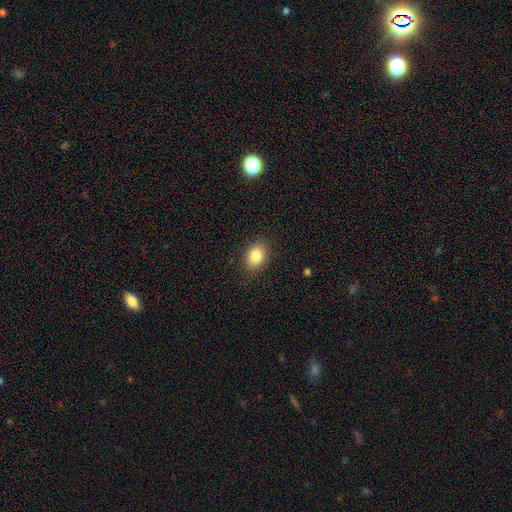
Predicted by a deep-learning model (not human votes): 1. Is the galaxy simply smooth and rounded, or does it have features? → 84% smooth, 9% star or artifact, 7% featured or disk.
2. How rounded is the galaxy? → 68% in between, 31% round, 1% cigar-shaped.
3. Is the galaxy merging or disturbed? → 87% none, 9% minor disturbance, 3% major disturbance, 1% merger.